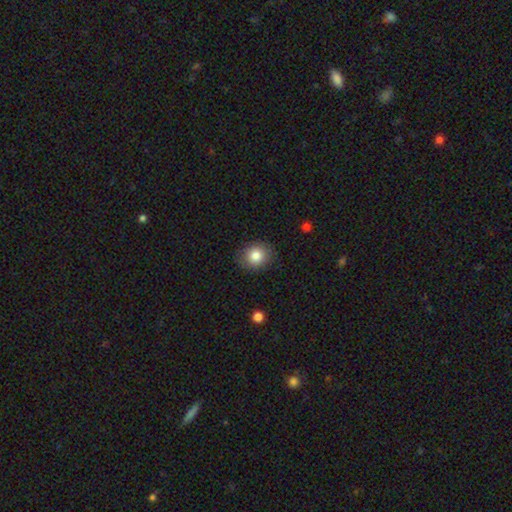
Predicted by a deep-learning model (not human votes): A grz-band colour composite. It shows a smooth galaxy with no disk features (83%) that is round (67%). Merging: none (86%).